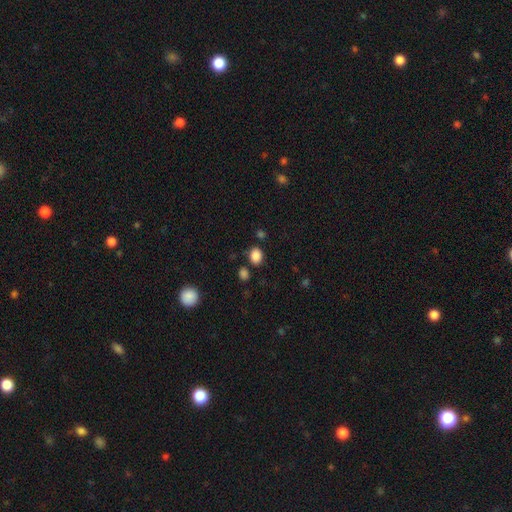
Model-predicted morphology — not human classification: This is clearly a smooth galaxy (86%). How rounded: possibly round (50%). Merging: clearly none (80%).